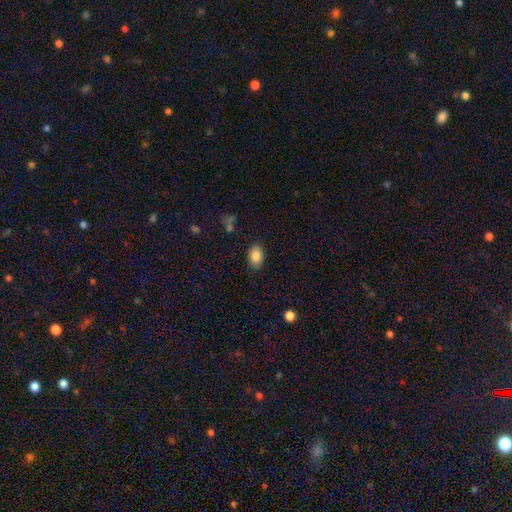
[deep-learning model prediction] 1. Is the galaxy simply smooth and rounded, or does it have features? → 86% smooth, 8% star or artifact, 6% featured or disk.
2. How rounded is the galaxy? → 88% in between, 11% round, 1% cigar-shaped.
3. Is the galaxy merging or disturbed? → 86% none, 10% minor disturbance, 3% major disturbance, 1% merger.